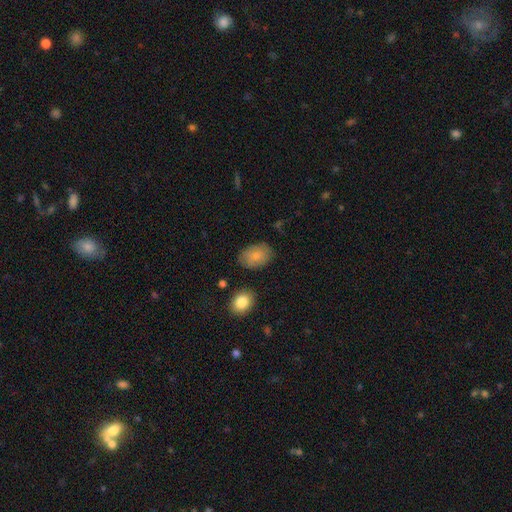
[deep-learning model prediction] Overall: smooth (81%). How rounded: in between (85%). Merging: none (80%).